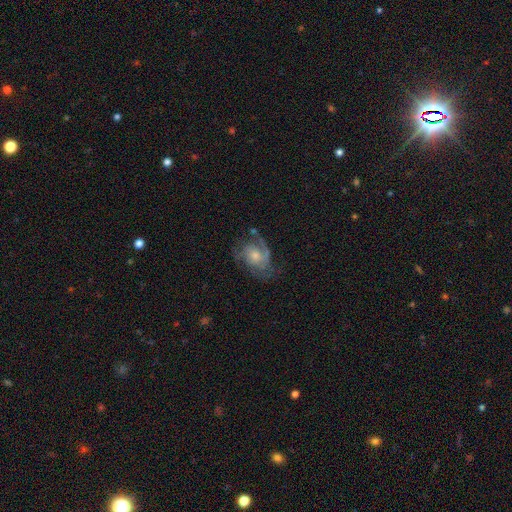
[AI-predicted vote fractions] Smooth or featured?
  - featured or disk: 76% *
  - smooth: 18%
  - star or artifact: 6%
Edge-on disk?
  - no: 97% *
  - yes: 3%
Bar?
  - no: 73% *
  - weak: 24%
  - strong: 3%
Spiral arms?
  - yes: 90% *
  - no: 10%
Spiral winding?
  - medium: 44% *
  - tight: 38%
  - loose: 19%
Spiral arm count?
  - 2: 42% *
  - can't tell: 22%
  - 3: 17%
  - 1: 12%
  - 4: 4%
  - more than 4: 4%
Bulge size?
  - moderate: 50% *
  - small: 35%
  - large: 9%
  - none: 4%
  - dominant: 2%
Merging?
  - none: 57% *
  - minor disturbance: 22%
  - major disturbance: 18%
  - merger: 3%